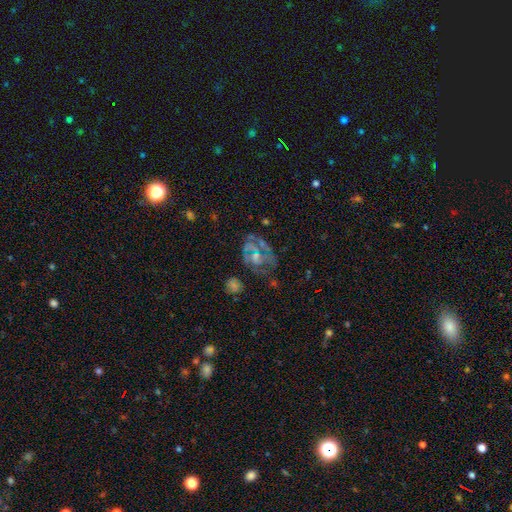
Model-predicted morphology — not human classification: featured or disk 53%, star or artifact 25%, smooth 22%. Down the decision tree: edge-on disk — no (96%); bar — no (73%); spiral arms — yes (55%); bulge size — small (40%, tied with moderate); merging — none (50%).